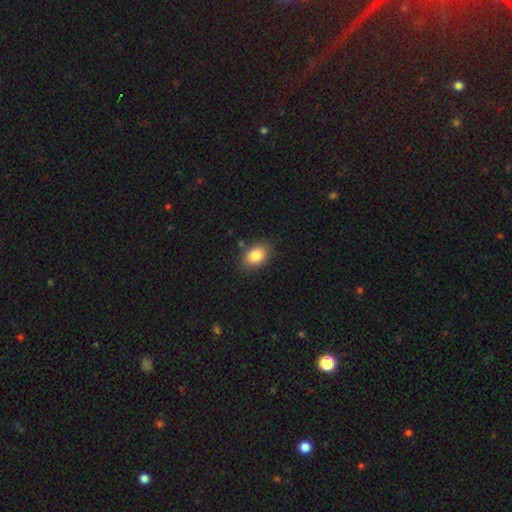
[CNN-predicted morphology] smooth-or-featured: smooth: 83% | star or artifact: 8% | featured or disk: 8%
  how-rounded: in between: 83% | round: 16% | cigar-shaped: 1%
  merging: none: 84% | minor disturbance: 11% | major disturbance: 3% | merger: 2%